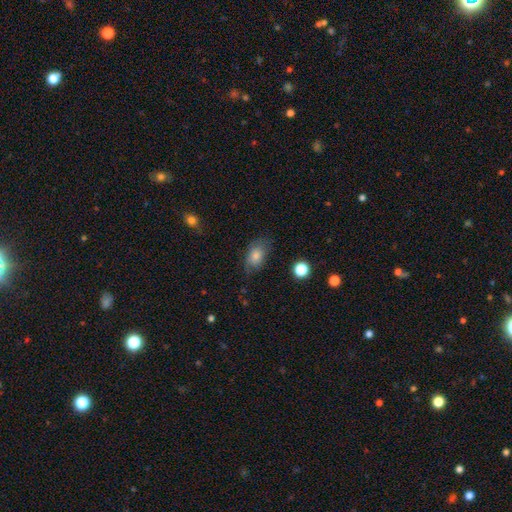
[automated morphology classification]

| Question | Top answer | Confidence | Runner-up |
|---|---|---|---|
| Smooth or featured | smooth | 71% | featured or disk (19%) |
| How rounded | in between | 84% | round (14%) |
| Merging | none | 66% | minor disturbance (24%) |